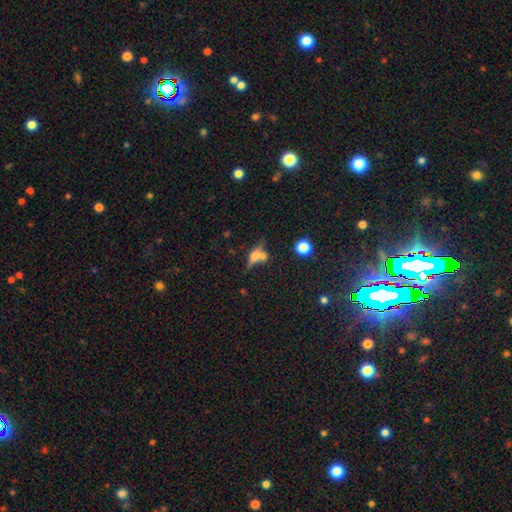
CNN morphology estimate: smooth-or-featured: featured or disk: 49% | smooth: 37% | star or artifact: 14%
  merging: none: 49% | merger: 32% | minor disturbance: 12% | major disturbance: 7%